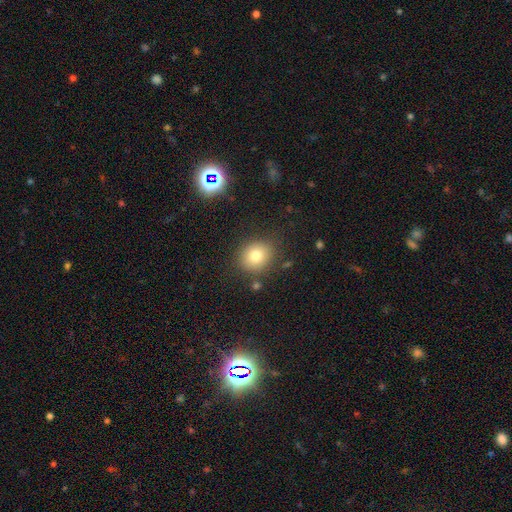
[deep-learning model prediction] smooth 77%, star or artifact 12%, featured or disk 10%. Down the decision tree: how rounded — round (74%); merging — none (83%).